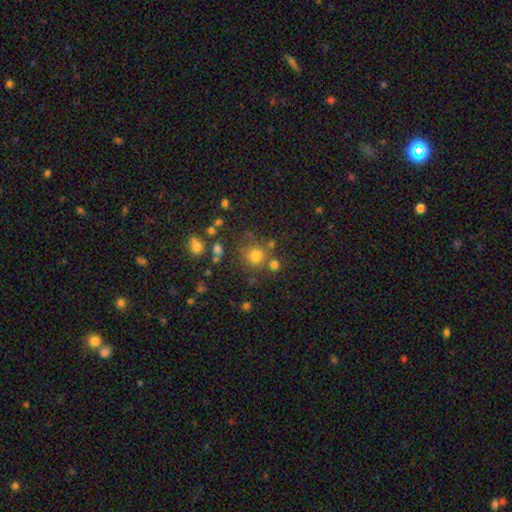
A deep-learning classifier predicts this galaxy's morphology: smooth-or-featured: smooth: 74% | star or artifact: 18% | featured or disk: 9%
  how-rounded: round: 90% | in between: 9% | cigar-shaped: 1%
  merging: none: 70% | merger: 13% | minor disturbance: 11% | major disturbance: 5%